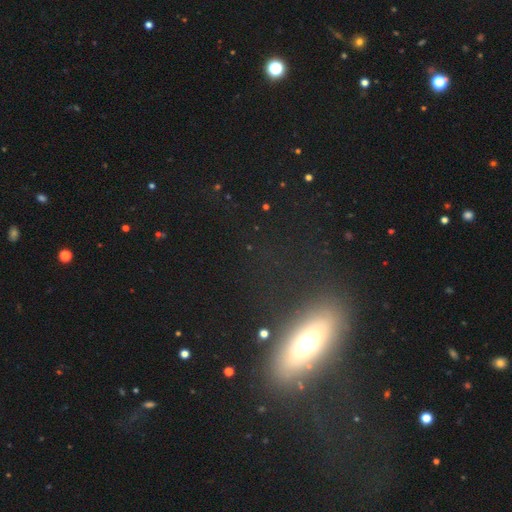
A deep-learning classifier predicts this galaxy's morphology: Q: Smooth or featured?
A: smooth (50%); runner-up: featured or disk (30%)
Q: Merging?
A: none (73%); runner-up: minor disturbance (12%)